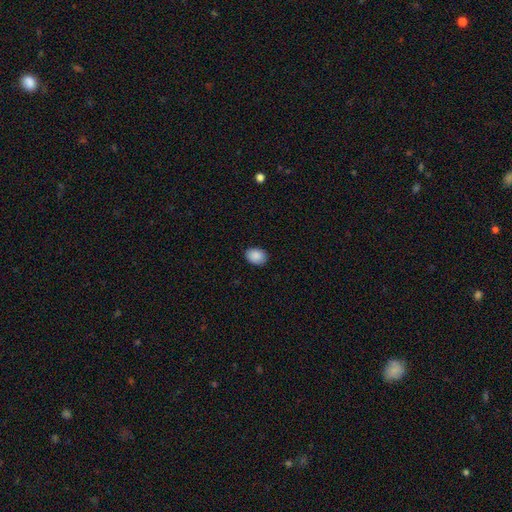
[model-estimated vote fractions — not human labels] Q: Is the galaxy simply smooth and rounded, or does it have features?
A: smooth — 90%.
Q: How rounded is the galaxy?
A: in between — 69%.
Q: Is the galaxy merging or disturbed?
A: none — 88%.